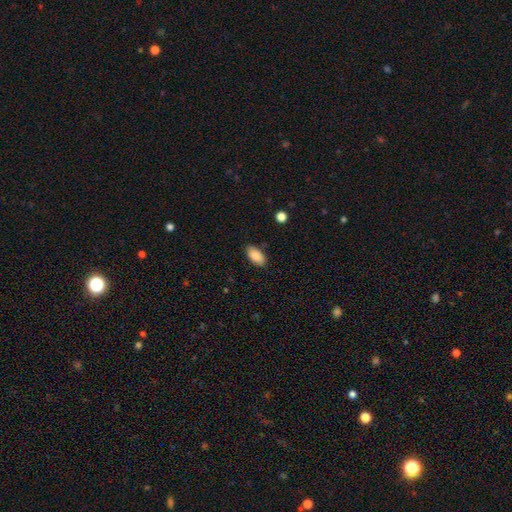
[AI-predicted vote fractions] The model was most divided on "merging": none: 86%, minor disturbance: 10%, major disturbance: 2%, merger: 1%. More confident: how rounded — in between (93%); smooth or featured — smooth (89%).